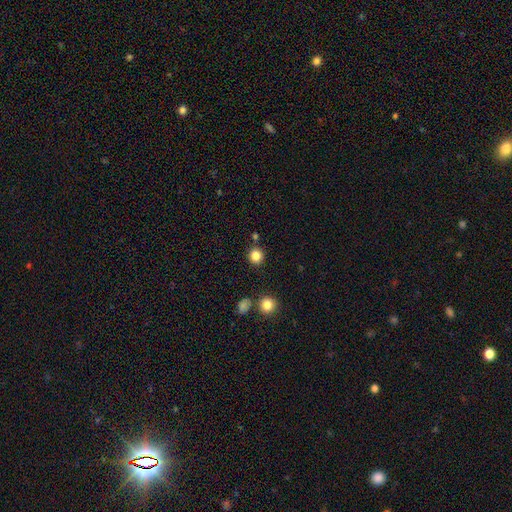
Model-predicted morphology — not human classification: type=smooth (84%); roundness=round (90%); merging=none (86%).